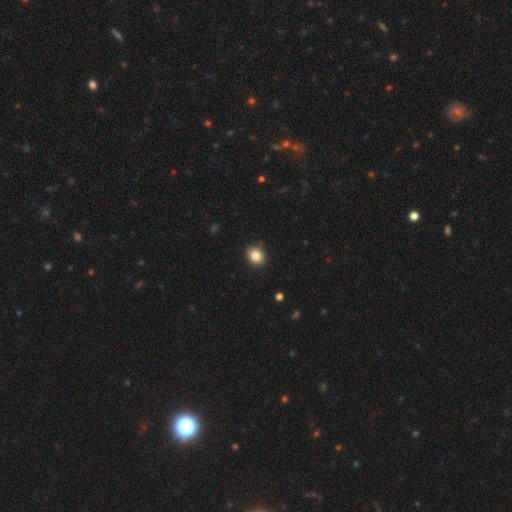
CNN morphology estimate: Smooth or featured: smooth — 85% (star or artifact — 10%)
How rounded: round — 62% (in between — 37%)
Merging: none — 87% (minor disturbance — 10%)